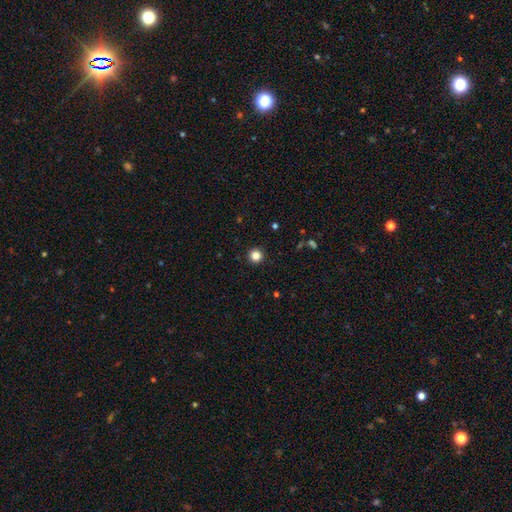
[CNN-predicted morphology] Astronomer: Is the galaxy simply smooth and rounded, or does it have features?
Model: smooth — 84%.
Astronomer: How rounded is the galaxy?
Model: round — 96%.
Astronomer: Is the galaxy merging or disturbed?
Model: none — 93%.